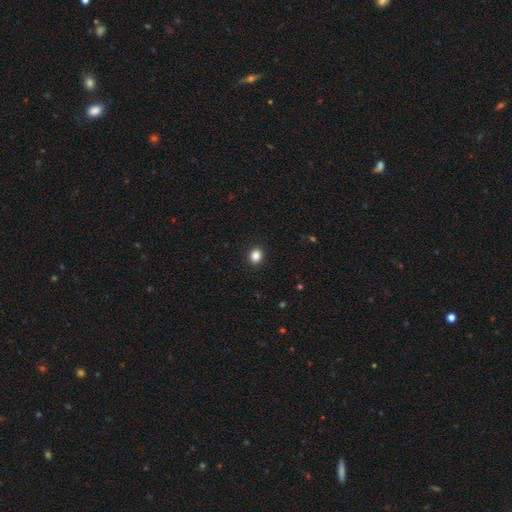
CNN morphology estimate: type=smooth (85%); roundness=round (79%); merging=none (92%).